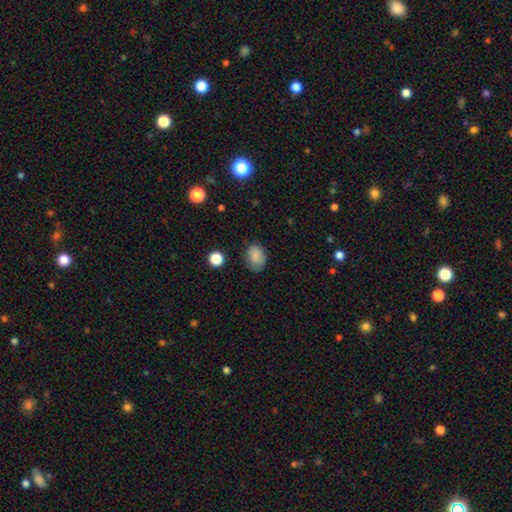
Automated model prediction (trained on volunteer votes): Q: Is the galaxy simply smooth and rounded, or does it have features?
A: smooth — 81%.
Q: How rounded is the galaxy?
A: in between — 61%.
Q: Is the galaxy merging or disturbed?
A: none — 66%.